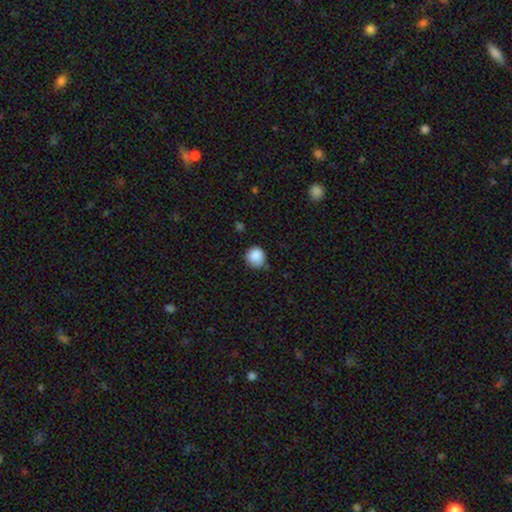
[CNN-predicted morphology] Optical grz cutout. It shows a smooth galaxy with no disk features (86%) that is round (88%). Merging: none (67%).